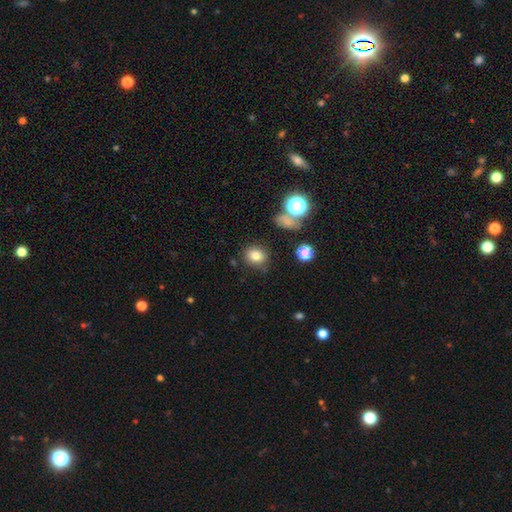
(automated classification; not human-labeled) This is likely a smooth galaxy (80%). How rounded: likely round (66%). Merging: clearly none (80%).